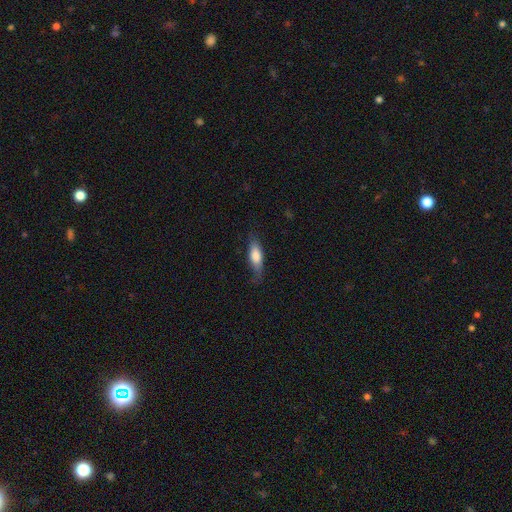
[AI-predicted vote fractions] This appears to be a smooth galaxy with no disk features (73%) that is in between round and cigar-shaped (59%). Merging: none (69%).